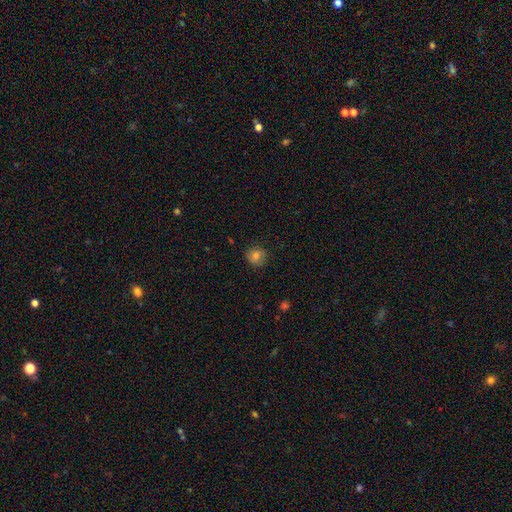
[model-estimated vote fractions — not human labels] smooth 79%, star or artifact 12%, featured or disk 9%. Down the decision tree: how rounded — round (87%); merging — none (85%).